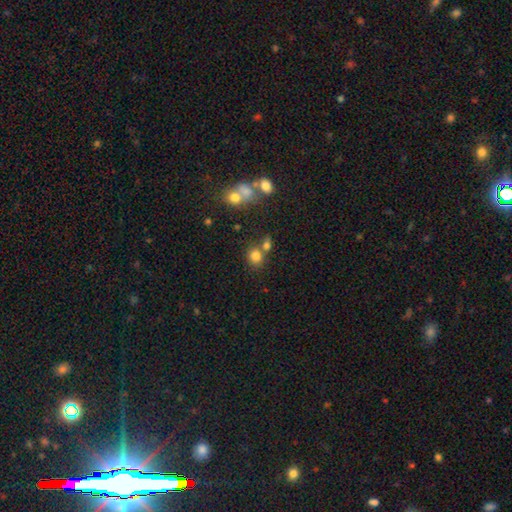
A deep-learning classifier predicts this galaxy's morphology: This appears to be a smooth galaxy with no disk features (79%) that is round (78%). Merging: none (58%).